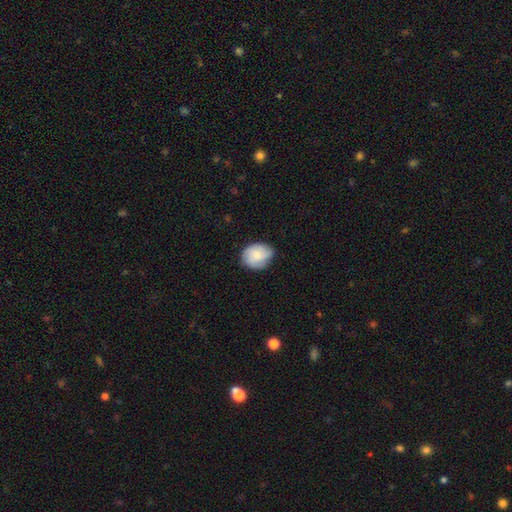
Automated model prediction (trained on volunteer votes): smooth 59%, featured or disk 34%, star or artifact 7%. Down the decision tree: how rounded — round (50%); merging — none (71%).